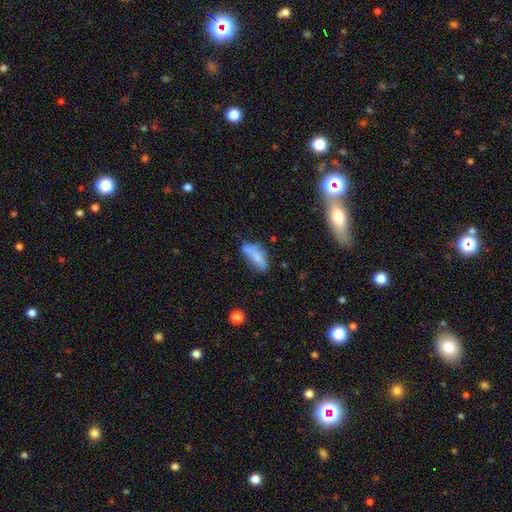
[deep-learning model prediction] The model was most divided on "merging": none: 48%, minor disturbance: 31%, major disturbance: 14%, merger: 8%. More confident: smooth or featured — smooth (71%); how rounded — in between (68%).